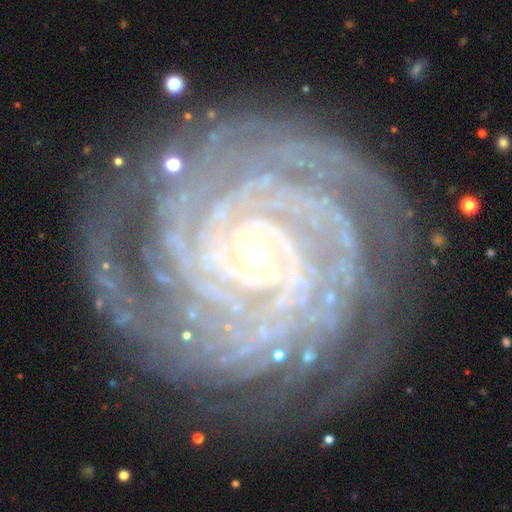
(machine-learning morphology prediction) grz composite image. It shows a featured or disk galaxy (93%) with no bar (54%), 4 (23%) tight (87%) spiral arms (99%) and a small central bulge (80%). Merging: none (80%).